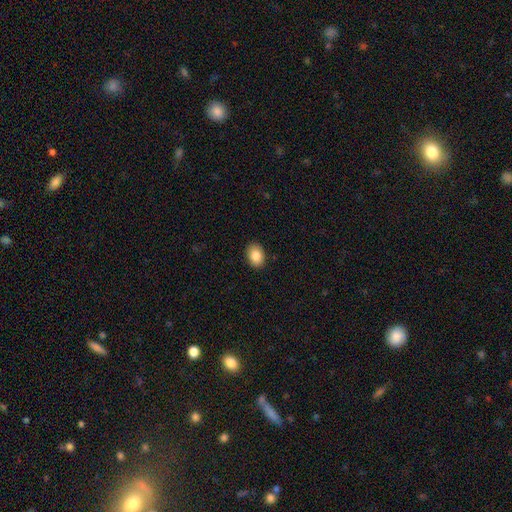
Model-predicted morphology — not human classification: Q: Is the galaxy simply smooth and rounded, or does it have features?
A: smooth — 86%.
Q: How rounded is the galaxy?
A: in between — 78%.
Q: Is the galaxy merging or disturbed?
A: none — 90%.